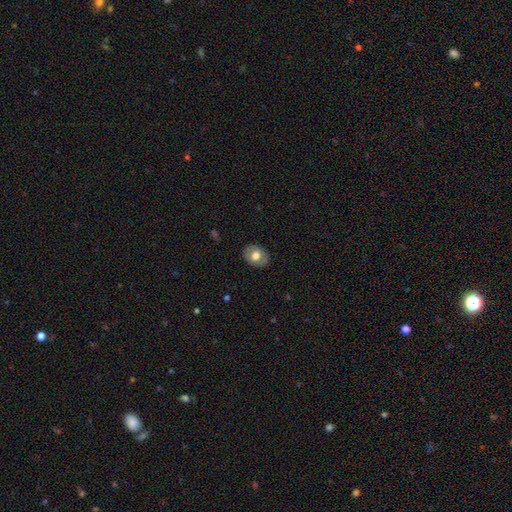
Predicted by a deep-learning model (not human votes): Smooth or featured? smooth (62%)
How rounded? in between (58%)
Merging? none (84%)